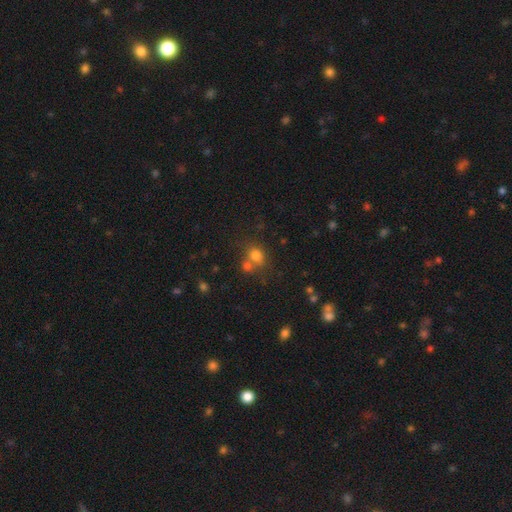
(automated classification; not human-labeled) Smooth or featured: smooth — 76% (star or artifact — 15%)
How rounded: round — 66% (in between — 32%)
Merging: none — 50% (merger — 35%)